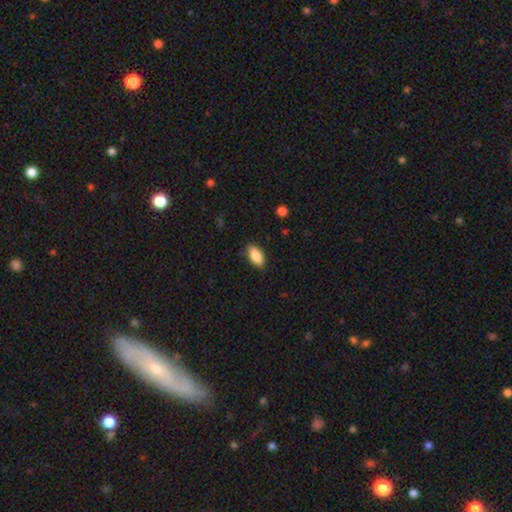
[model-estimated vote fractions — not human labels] The model was most divided on "merging": none: 87%, minor disturbance: 10%, major disturbance: 2%, merger: 1%. More confident: how rounded — in between (90%); smooth or featured — smooth (87%).